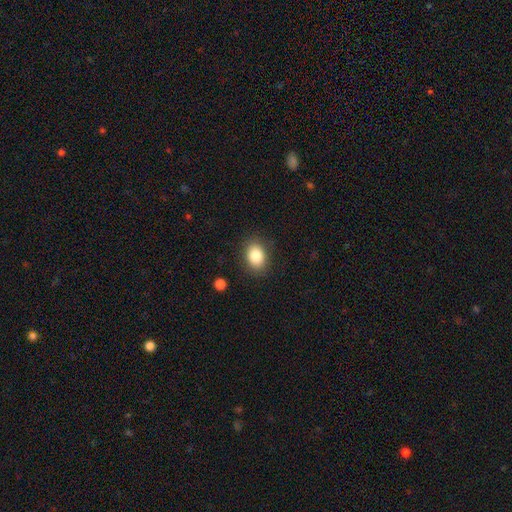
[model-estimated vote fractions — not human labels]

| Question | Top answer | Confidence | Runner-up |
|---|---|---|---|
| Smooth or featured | smooth | 85% | star or artifact (9%) |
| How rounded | in between | 68% | round (31%) |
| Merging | none | 86% | minor disturbance (10%) |